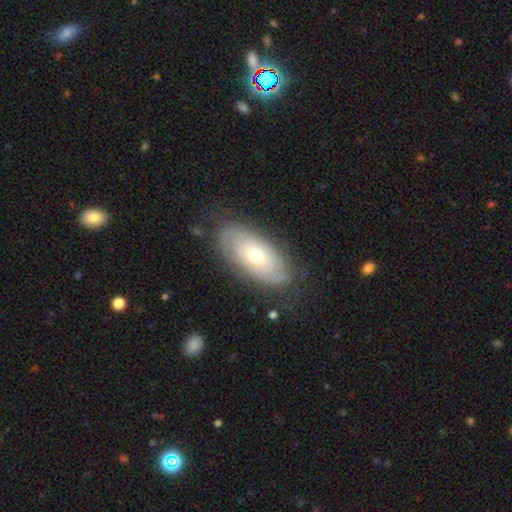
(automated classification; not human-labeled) This is possibly a featured or disk galaxy (55%). It is clearly not viewed edge-on (87%). Merging: likely none (78%).